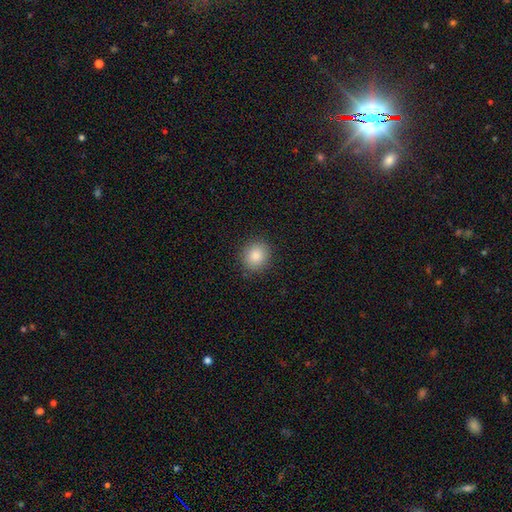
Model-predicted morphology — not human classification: Smooth or featured? smooth (86%)
How rounded? round (81%)
Merging? none (89%)